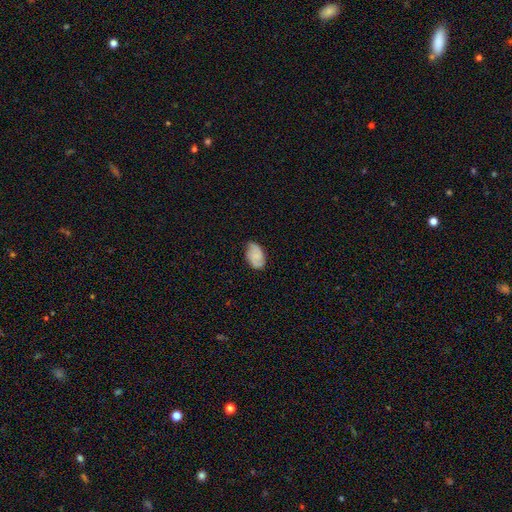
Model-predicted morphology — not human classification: This appears to be a smooth galaxy with no disk features (54%) that is in between round and cigar-shaped (90%). Merging: none (69%).